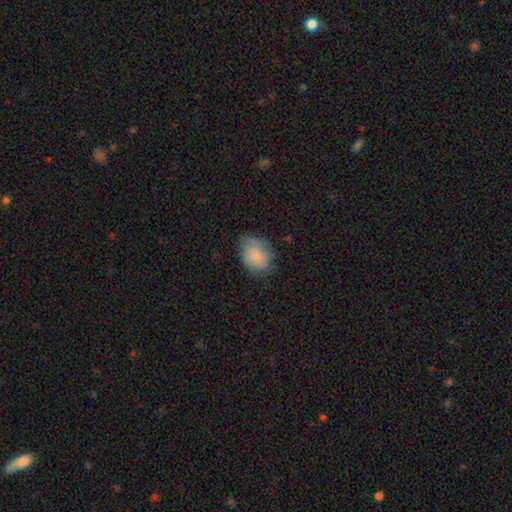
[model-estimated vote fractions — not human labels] smooth 77%, featured or disk 15%, star or artifact 8%. Down the decision tree: how rounded — in between (63%); merging — none (57%).